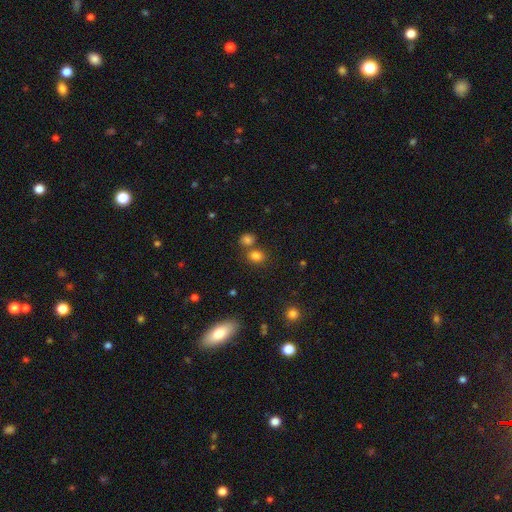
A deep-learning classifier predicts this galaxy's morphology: smooth 79%, star or artifact 14%, featured or disk 6%. Down the decision tree: how rounded — round (53%); merging — none (61%).